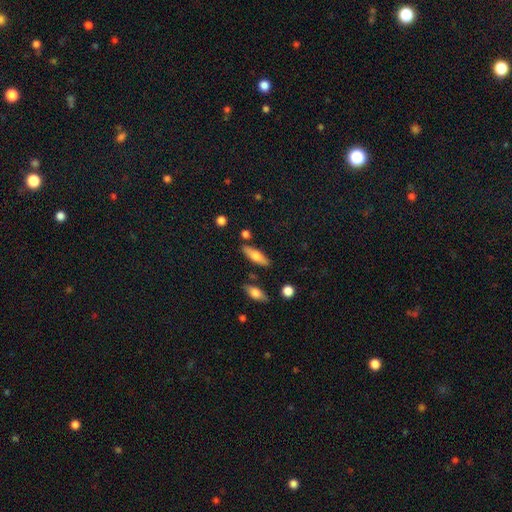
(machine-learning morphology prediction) type=smooth (65%); roundness=in between (50%); merging=none (80%).